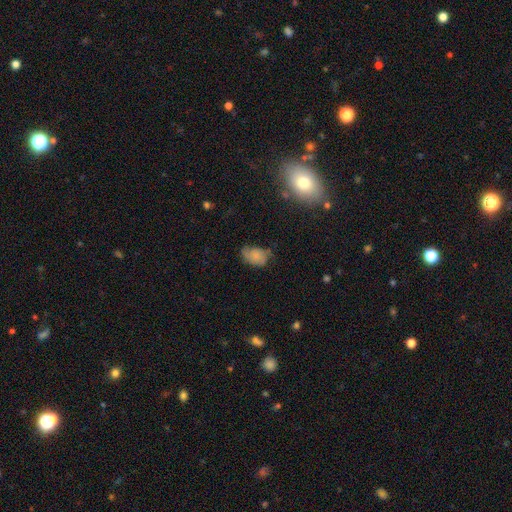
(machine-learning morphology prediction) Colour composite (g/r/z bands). It shows a smooth galaxy with no disk features (60%) that is in between round and cigar-shaped (83%). Merging: none (46%).